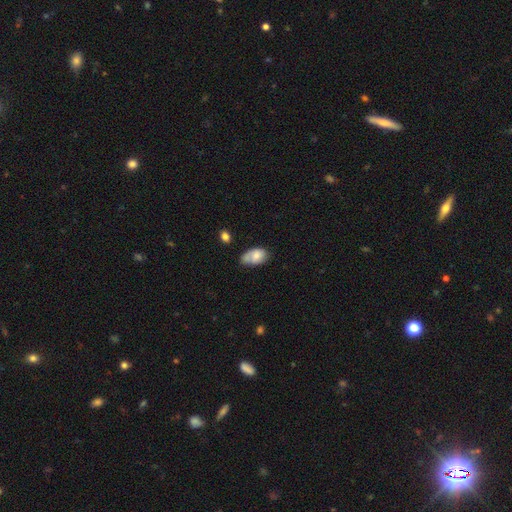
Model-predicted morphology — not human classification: smooth_or_featured: smooth (p=0.72) [alt: featured or disk p=0.21]
how_rounded: in between (p=0.89) [alt: round p=0.09]
merging: none (p=0.40) [alt: minor disturbance p=0.36]